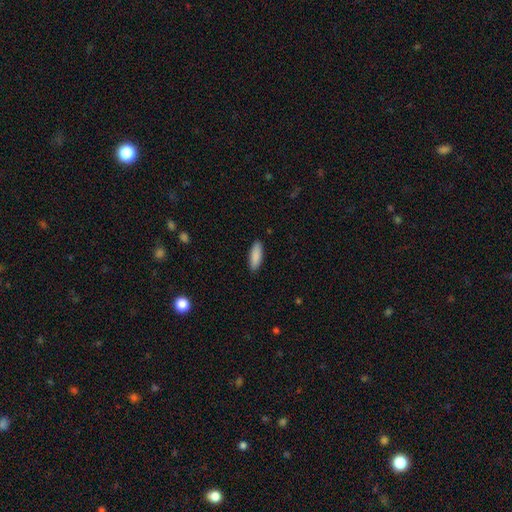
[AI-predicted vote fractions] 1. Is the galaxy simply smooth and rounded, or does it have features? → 89% smooth, 6% star or artifact, 5% featured or disk.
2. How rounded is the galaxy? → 58% in between, 40% cigar-shaped, 2% round.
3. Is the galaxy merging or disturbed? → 89% none, 8% minor disturbance, 2% major disturbance, 1% merger.